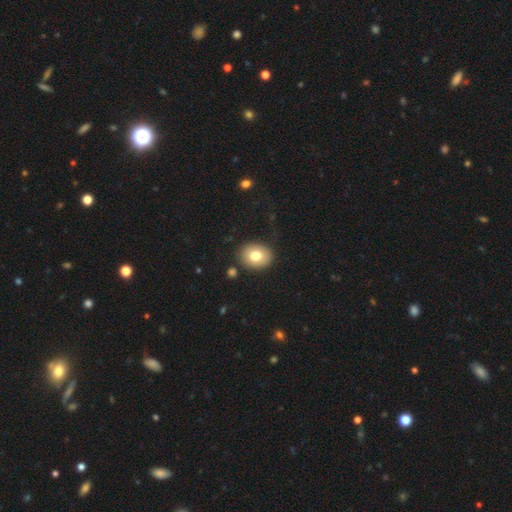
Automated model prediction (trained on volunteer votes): smooth-or-featured: smooth: 76% | featured or disk: 15% | star or artifact: 9%
  how-rounded: in between: 51% | round: 48% | cigar-shaped: 1%
  merging: none: 86% | minor disturbance: 9% | merger: 3% | major disturbance: 3%